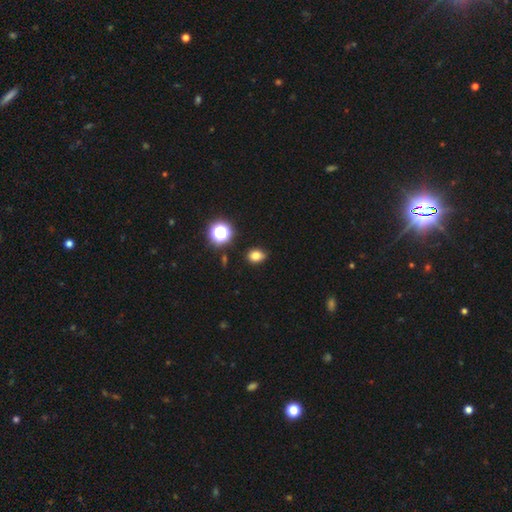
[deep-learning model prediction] Smooth or featured? smooth (78%)
How rounded? in between (53%)
Merging? none (83%)